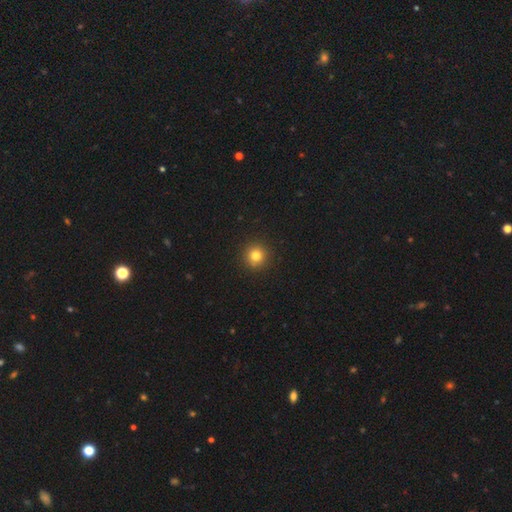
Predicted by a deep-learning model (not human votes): Overall: smooth (81%). How rounded: round (95%). Merging: none (93%).